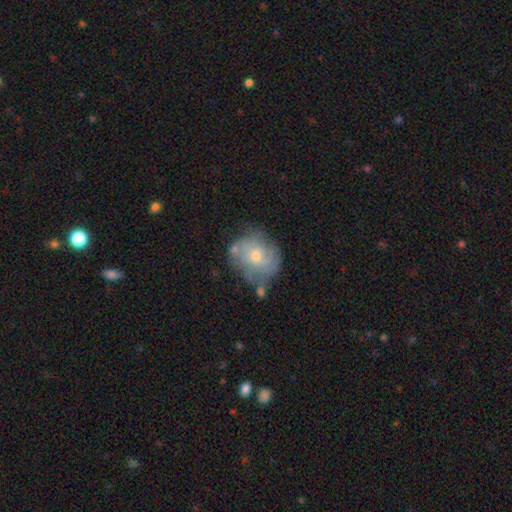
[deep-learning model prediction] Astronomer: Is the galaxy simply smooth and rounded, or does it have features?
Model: featured or disk — 60%.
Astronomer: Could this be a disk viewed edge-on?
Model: no — 97%.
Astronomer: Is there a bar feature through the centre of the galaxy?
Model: no — 79%.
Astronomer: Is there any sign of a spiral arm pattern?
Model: yes — 72%.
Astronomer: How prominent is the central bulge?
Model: moderate — 49% (runner-up: small, 47%).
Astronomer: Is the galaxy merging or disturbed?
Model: none — 57%.